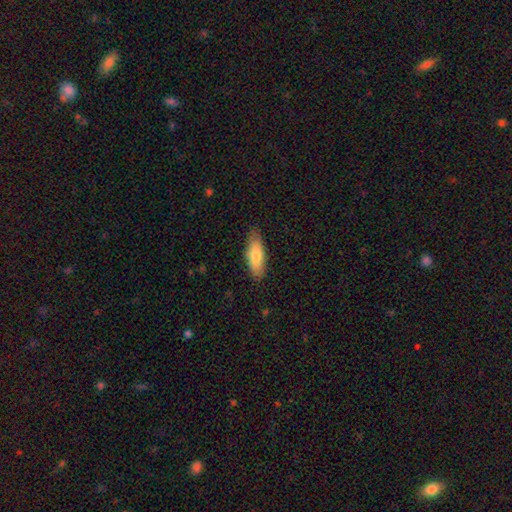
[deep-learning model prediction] smooth-or-featured: smooth: 80% | featured or disk: 15% | star or artifact: 6%
  how-rounded: in between: 61% | cigar-shaped: 38% | round: 2%
  merging: none: 83% | minor disturbance: 14% | major disturbance: 3% | merger: 1%